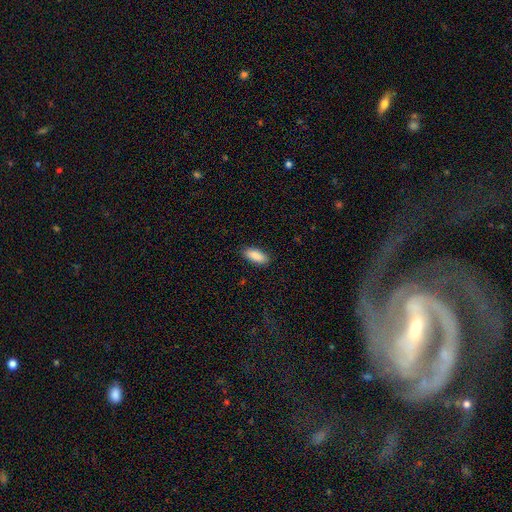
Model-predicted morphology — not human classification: Smooth or featured?
  - smooth: 90% *
  - star or artifact: 6%
  - featured or disk: 4%
How rounded?
  - in between: 82% *
  - cigar-shaped: 16%
  - round: 2%
Merging?
  - none: 88% *
  - minor disturbance: 9%
  - major disturbance: 2%
  - merger: 1%